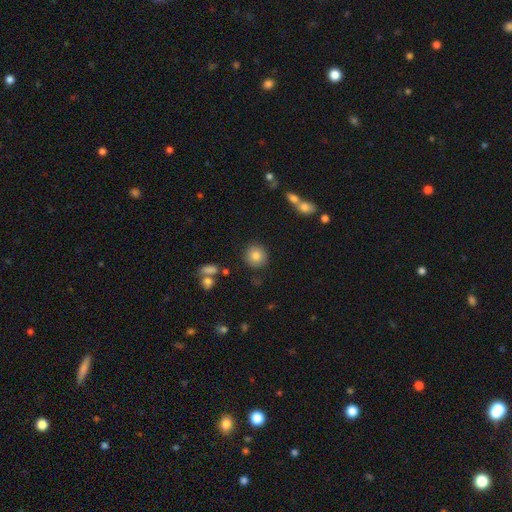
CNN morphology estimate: The model was most divided on "smooth or featured": smooth: 82%, star or artifact: 9%, featured or disk: 9%. More confident: how rounded — round (91%); merging — none (87%).